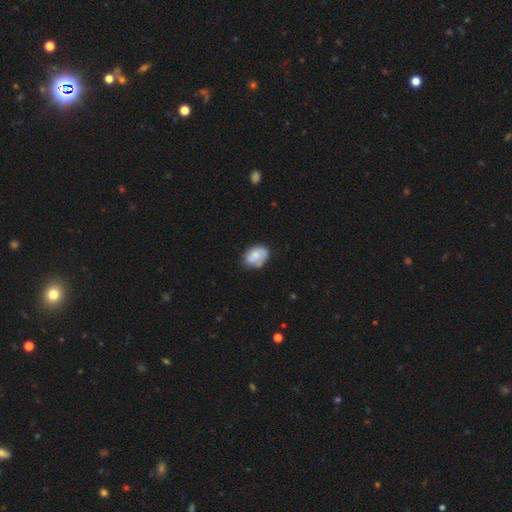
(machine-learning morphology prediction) Q: Smooth or featured?
A: smooth (63%); runner-up: featured or disk (30%)
Q: How rounded?
A: in between (72%); runner-up: round (27%)
Q: Merging?
A: none (59%); runner-up: minor disturbance (28%)